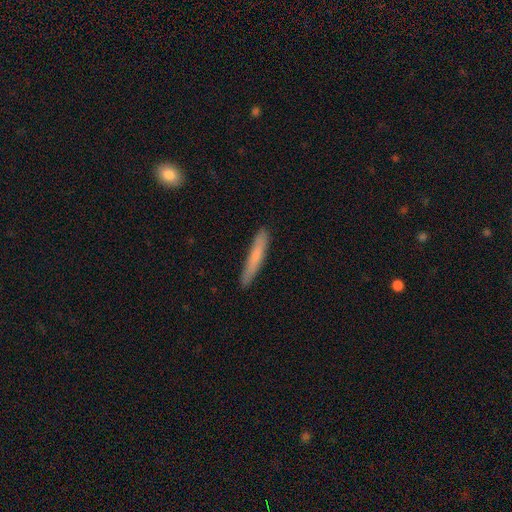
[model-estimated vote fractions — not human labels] smooth 71%, featured or disk 23%, star or artifact 6%. Down the decision tree: how rounded — cigar-shaped (95%); merging — none (88%).